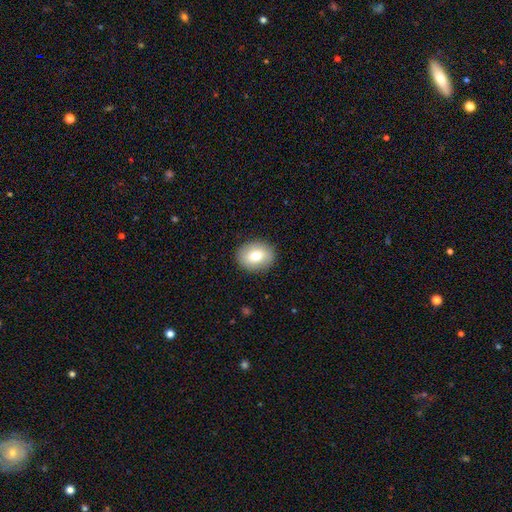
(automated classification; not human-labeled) Smooth or featured? smooth (74%)
How rounded? round (50%)
Merging? none (89%)